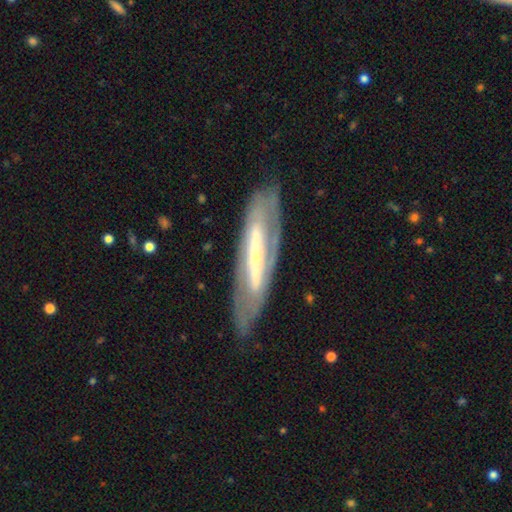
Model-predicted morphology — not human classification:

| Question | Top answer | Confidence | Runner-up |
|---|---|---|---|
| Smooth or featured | featured or disk | 75% | smooth (19%) |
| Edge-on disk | no | 67% | yes (33%) |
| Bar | strong | 62% | weak (21%) |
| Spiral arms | yes | 67% | no (33%) |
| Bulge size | small | 64% | moderate (23%) |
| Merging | none | 75% | minor disturbance (16%) |